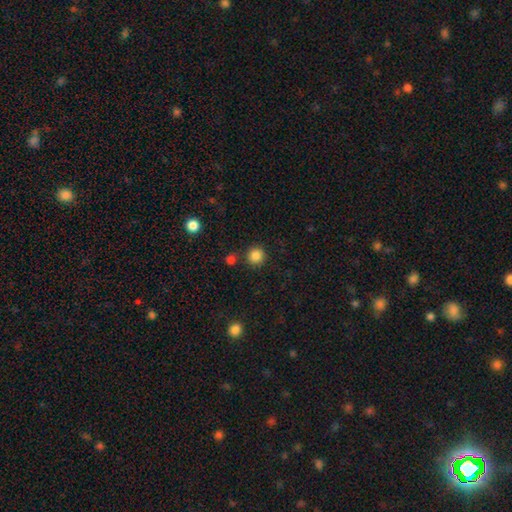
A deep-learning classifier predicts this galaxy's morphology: Smooth or featured?
  - smooth: 85% *
  - star or artifact: 12%
  - featured or disk: 3%
How rounded?
  - round: 93% *
  - in between: 6%
  - cigar-shaped: 1%
Merging?
  - none: 83% *
  - minor disturbance: 8%
  - merger: 6%
  - major disturbance: 3%